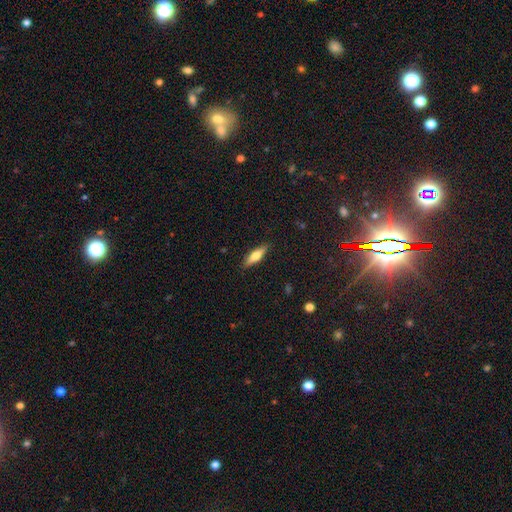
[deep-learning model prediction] Q: Smooth or featured?
A: smooth (60%); runner-up: featured or disk (34%)
Q: How rounded?
A: cigar-shaped (64%); runner-up: in between (34%)
Q: Merging?
A: none (87%); runner-up: minor disturbance (10%)